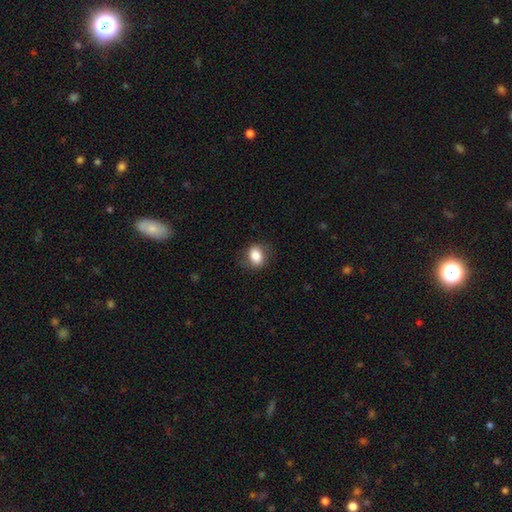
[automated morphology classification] A smooth galaxy with no disk features (82%) that is in between round and cigar-shaped (55%).

Vote fractions:
- Smooth or featured? smooth: 82% / featured or disk: 9% / star or artifact: 8%
- How rounded? in between: 55% / round: 44% / cigar-shaped: 1%
- Merging? none: 78% / minor disturbance: 15% / major disturbance: 5% / merger: 1%